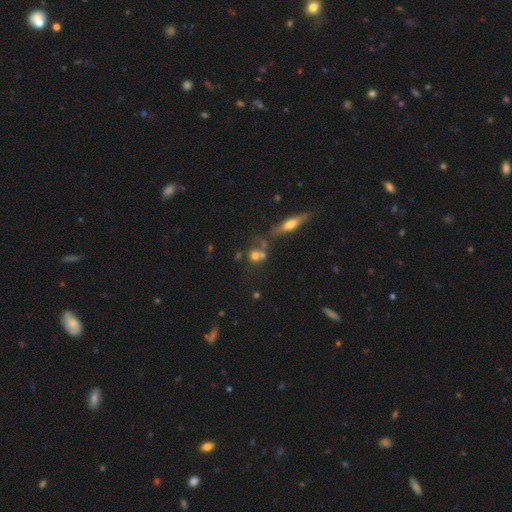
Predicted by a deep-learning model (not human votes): smooth 59%, featured or disk 22%, star or artifact 19%. Down the decision tree: how rounded — round (76%); merging — none (43%).